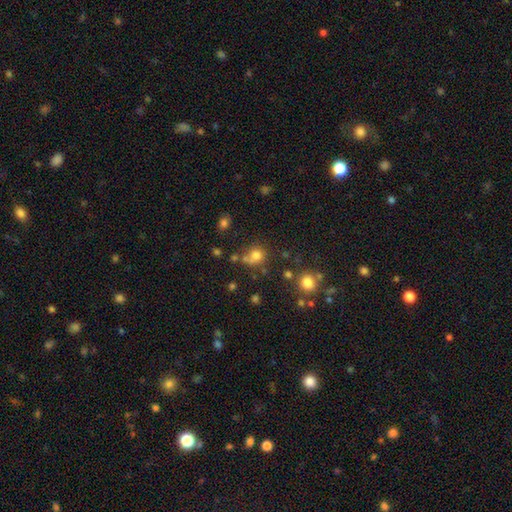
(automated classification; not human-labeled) Smooth or featured: smooth — 75% (star or artifact — 16%)
How rounded: round — 84% (in between — 15%)
Merging: none — 53% (merger — 22%)